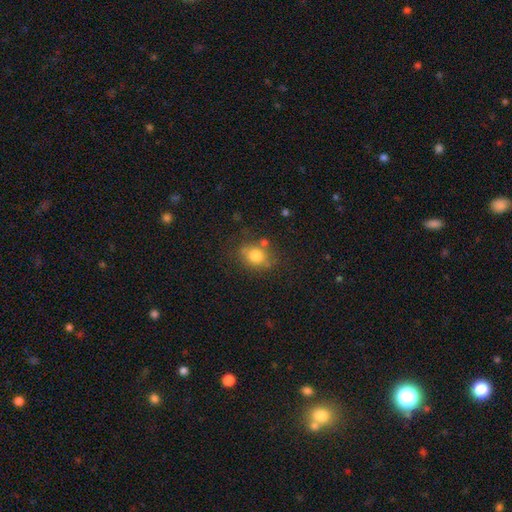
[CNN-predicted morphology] A smooth galaxy with no disk features (76%) that is in between round and cigar-shaped (51%). Merging: none (65%).